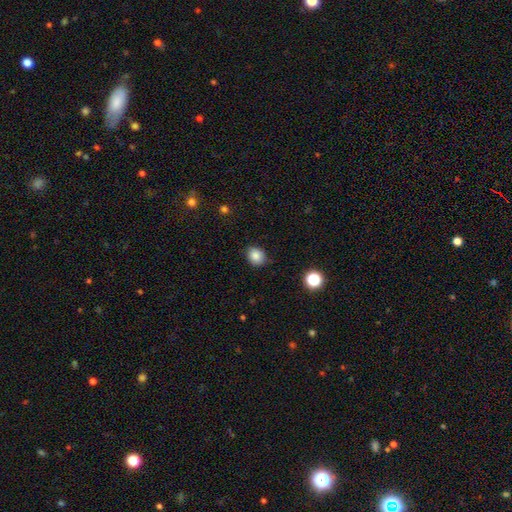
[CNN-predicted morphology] A smooth galaxy with no disk features (85%) that is round (61%).

Vote fractions:
- Smooth or featured? smooth: 85% / star or artifact: 10% / featured or disk: 5%
- How rounded? round: 61% / in between: 38% / cigar-shaped: 1%
- Merging? none: 83% / minor disturbance: 13% / major disturbance: 2% / merger: 1%